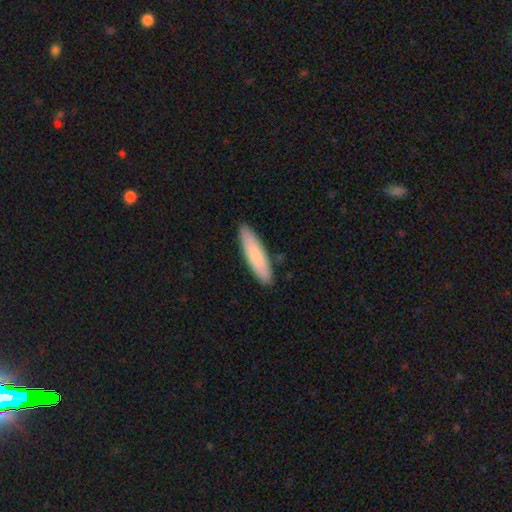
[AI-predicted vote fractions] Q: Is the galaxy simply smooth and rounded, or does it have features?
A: smooth — 81%.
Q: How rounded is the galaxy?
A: cigar-shaped — 74%.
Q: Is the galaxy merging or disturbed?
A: none — 89%.